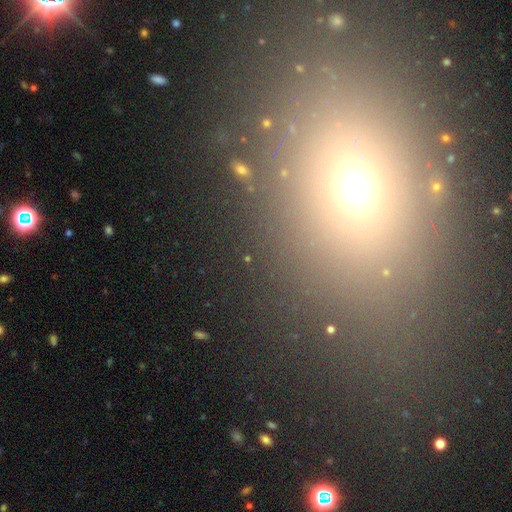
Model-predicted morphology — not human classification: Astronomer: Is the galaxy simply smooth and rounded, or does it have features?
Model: smooth — 57%.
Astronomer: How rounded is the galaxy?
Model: in between — 58% (runner-up: round, 40%).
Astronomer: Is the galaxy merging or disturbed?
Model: none — 80%.